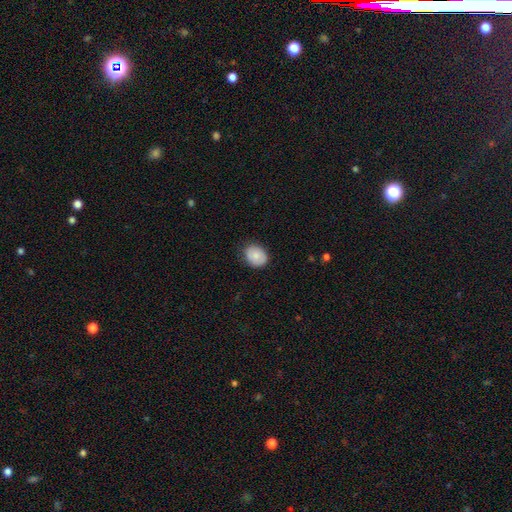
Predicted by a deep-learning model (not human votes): Smooth or featured? smooth (81%)
How rounded? in between (56%)
Merging? none (79%)